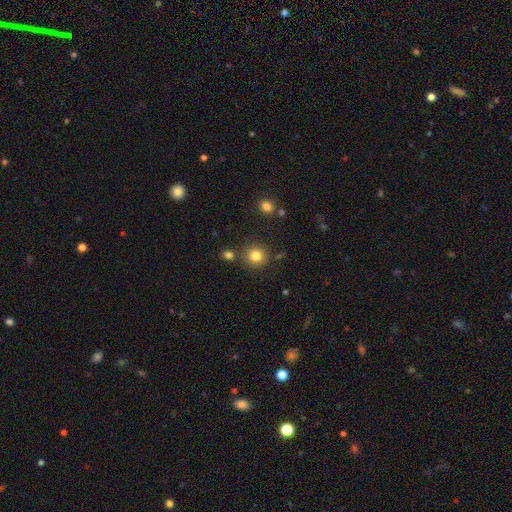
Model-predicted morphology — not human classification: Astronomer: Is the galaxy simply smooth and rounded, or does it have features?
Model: smooth — 82%.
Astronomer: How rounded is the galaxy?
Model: round — 92%.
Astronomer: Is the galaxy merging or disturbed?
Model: none — 84%.